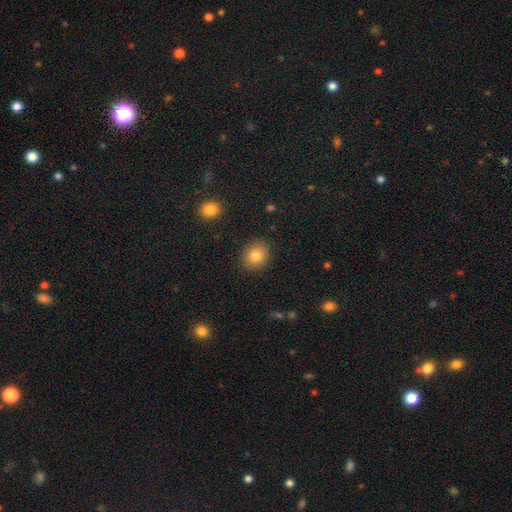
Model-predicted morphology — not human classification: The model was most divided on "how rounded": round: 73%, in between: 26%, cigar-shaped: 1%. More confident: merging — none (89%); smooth or featured — smooth (82%).